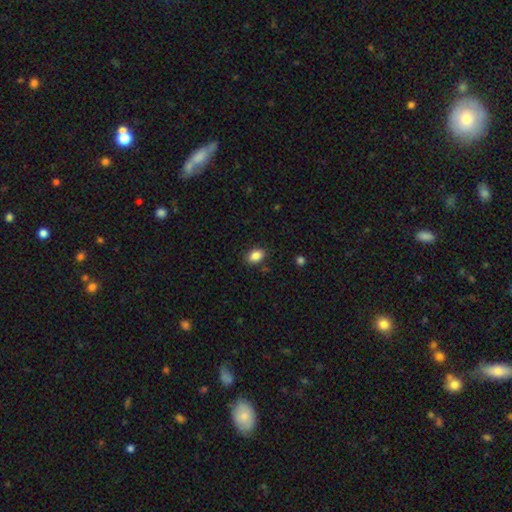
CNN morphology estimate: Smooth or featured? smooth (86%)
How rounded? in between (81%)
Merging? none (86%)